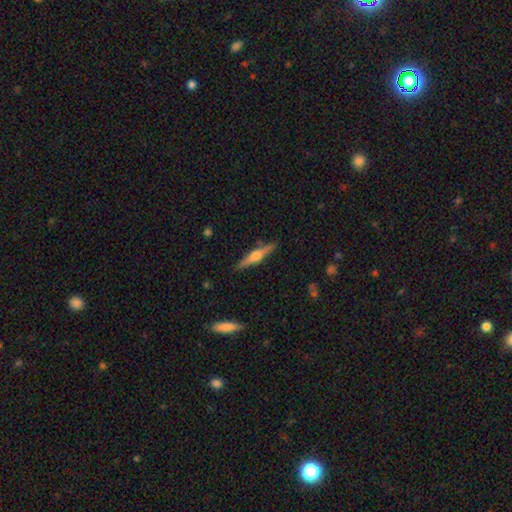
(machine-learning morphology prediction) smooth_or_featured: featured or disk (p=0.68) [alt: smooth p=0.26]
disk_edge_on: yes (p=0.97) [alt: no p=0.03]
edge_on_bulge: rounded (p=0.91) [alt: boxy p=0.06]
merging: none (p=0.88) [alt: minor disturbance p=0.09]